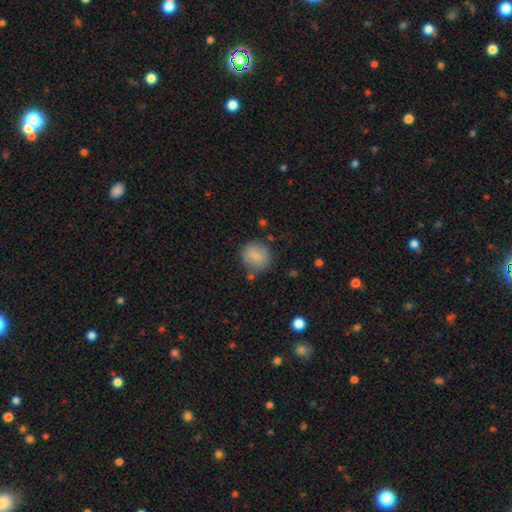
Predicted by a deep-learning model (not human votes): Overall: smooth (82%). How rounded: round (79%). Merging: none (75%).